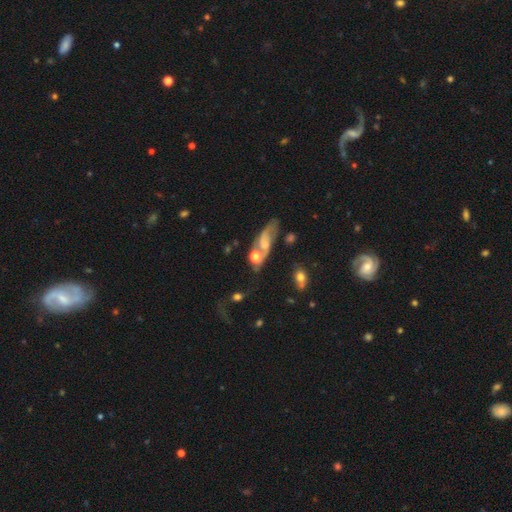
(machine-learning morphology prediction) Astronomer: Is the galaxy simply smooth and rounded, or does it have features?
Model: featured or disk — 46% (runner-up: smooth, 40%).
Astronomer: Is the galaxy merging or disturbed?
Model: none — 40% (runner-up: merger, 26%).